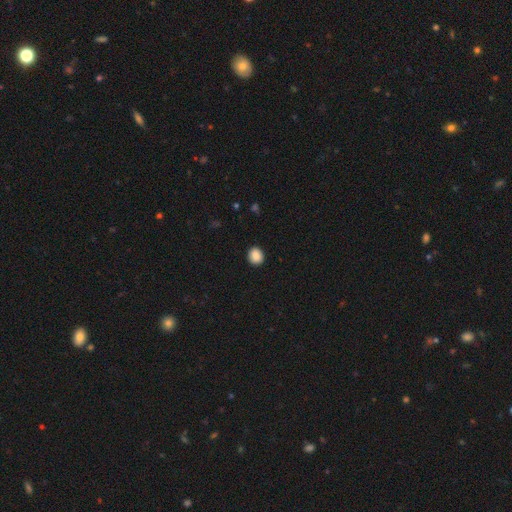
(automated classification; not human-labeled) Smooth or featured? Predicted: smooth (p=0.88). How rounded? Predicted: round (p=0.78). Merging? Predicted: none (p=0.91).